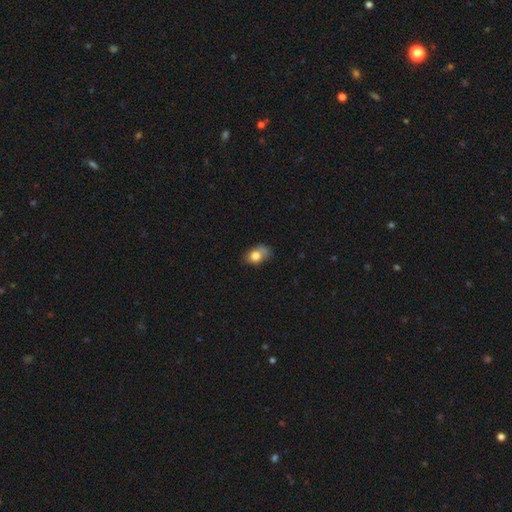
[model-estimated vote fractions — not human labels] Overall: smooth (75%). How rounded: in between (72%). Merging: none (45%; minor disturbance 36%).